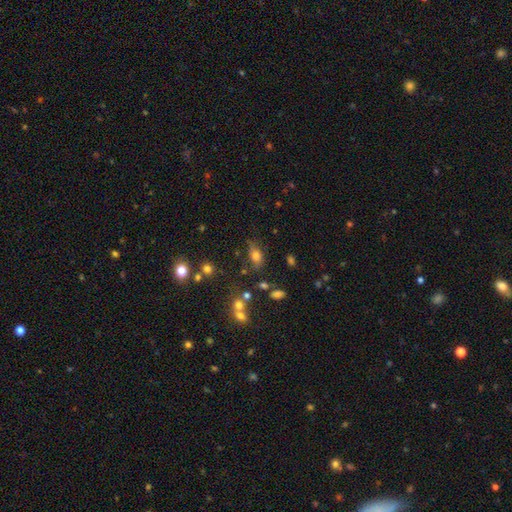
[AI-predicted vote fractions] Smooth or featured? Predicted: smooth (p=0.74). How rounded? Predicted: in between (p=0.81). Merging? Predicted: none (p=0.59).